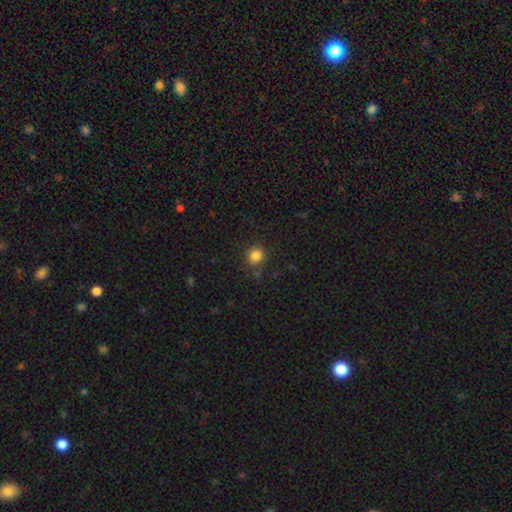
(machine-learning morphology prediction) The model was most divided on "how rounded": round: 81%, in between: 18%, cigar-shaped: 1%. More confident: smooth or featured — smooth (84%); merging — none (82%).